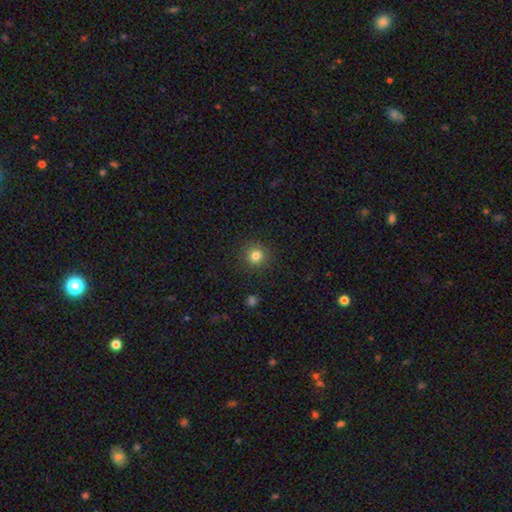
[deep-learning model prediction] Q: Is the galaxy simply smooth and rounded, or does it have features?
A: smooth — 81%.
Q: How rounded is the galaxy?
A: round — 93%.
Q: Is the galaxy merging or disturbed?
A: none — 90%.